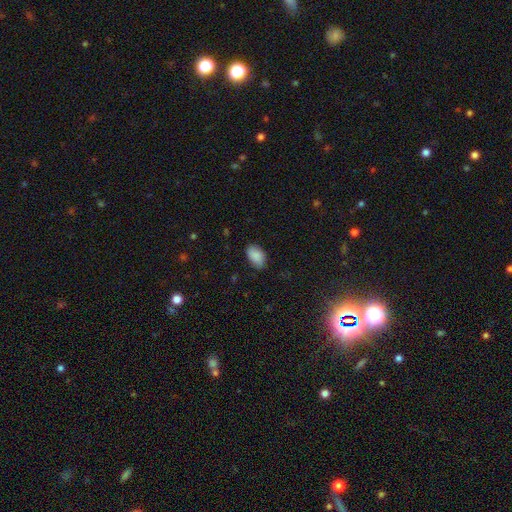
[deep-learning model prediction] A smooth galaxy with no disk features (88%) that is in between round and cigar-shaped (92%).

Vote fractions:
- Smooth or featured? smooth: 88% / star or artifact: 7% / featured or disk: 5%
- How rounded? in between: 92% / round: 7% / cigar-shaped: 1%
- Merging? none: 82% / minor disturbance: 14% / major disturbance: 3% / merger: 1%